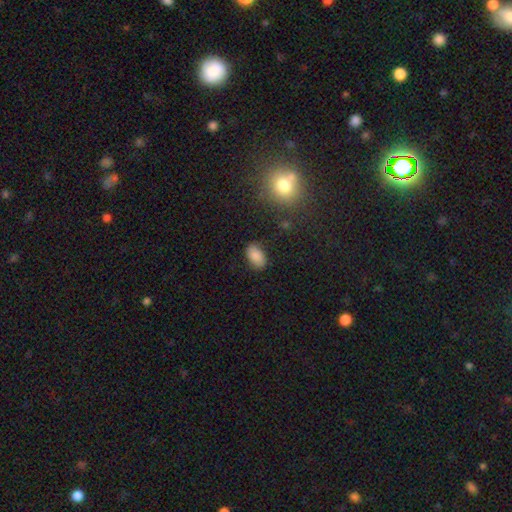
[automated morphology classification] Smooth or featured?
  - smooth: 84% *
  - star or artifact: 9%
  - featured or disk: 6%
How rounded?
  - in between: 91% *
  - round: 7%
  - cigar-shaped: 2%
Merging?
  - none: 81% *
  - minor disturbance: 14%
  - major disturbance: 3%
  - merger: 2%